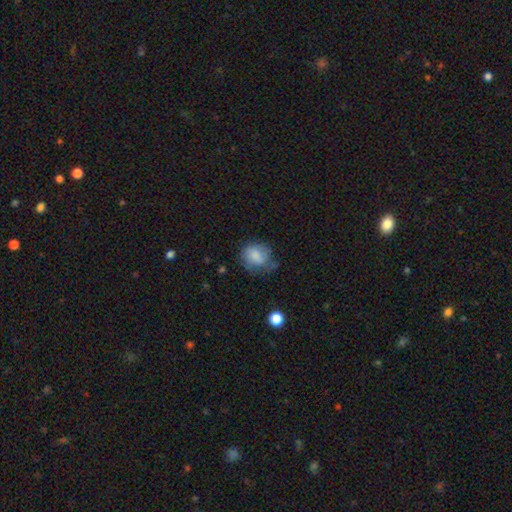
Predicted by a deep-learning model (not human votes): smooth 74%, featured or disk 17%, star or artifact 9%. Down the decision tree: how rounded — round (59%); merging — none (43%).